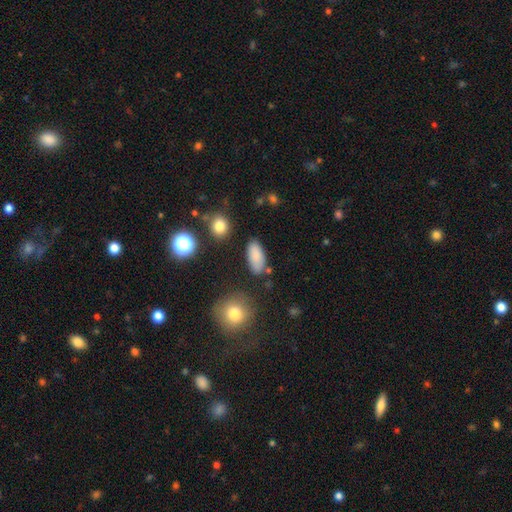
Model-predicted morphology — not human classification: Smooth or featured?
  - smooth: 85% *
  - star or artifact: 9%
  - featured or disk: 7%
How rounded?
  - in between: 88% *
  - cigar-shaped: 9%
  - round: 3%
Merging?
  - none: 79% *
  - minor disturbance: 13%
  - merger: 4%
  - major disturbance: 4%